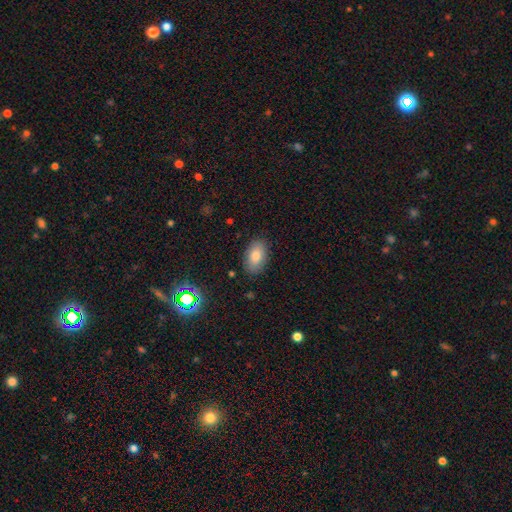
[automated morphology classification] The model was most divided on "smooth or featured": smooth: 80%, featured or disk: 10%, star or artifact: 10%. More confident: how rounded — in between (91%); merging — none (86%).